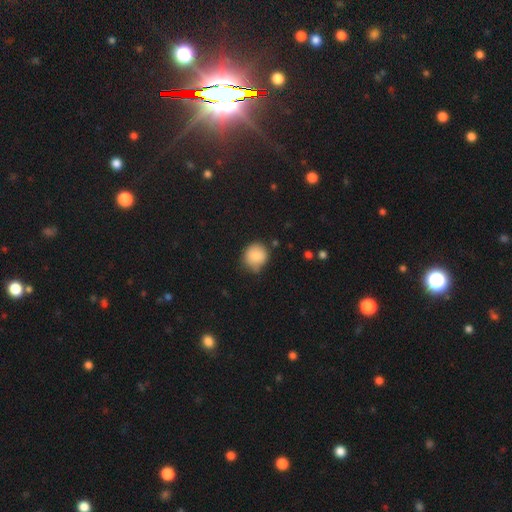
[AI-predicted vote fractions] smooth_or_featured: smooth (p=0.85) [alt: star or artifact p=0.08]
how_rounded: round (p=0.85) [alt: in between p=0.14]
merging: none (p=0.67) [alt: minor disturbance p=0.26]